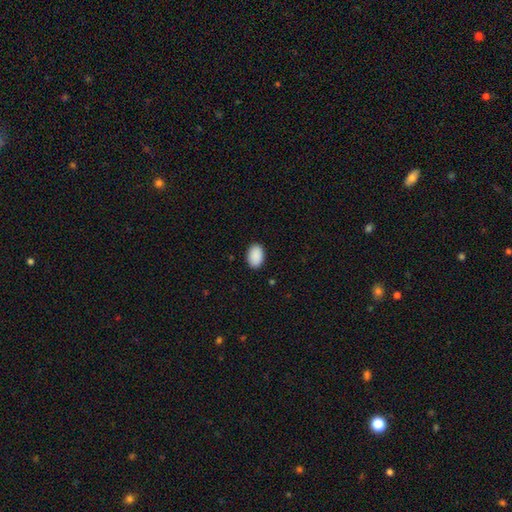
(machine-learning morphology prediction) Smooth or featured? smooth (91%)
How rounded? in between (89%)
Merging? none (90%)